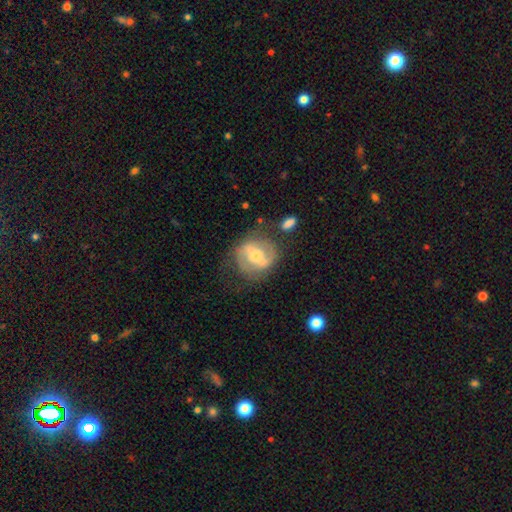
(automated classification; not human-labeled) Smooth or featured?
  - featured or disk: 70% *
  - smooth: 23%
  - star or artifact: 6%
Edge-on disk?
  - no: 96% *
  - yes: 4%
Bar?
  - strong: 43% *
  - weak: 39%
  - no: 19%
Spiral arms?
  - yes: 74% *
  - no: 26%
Bulge size?
  - moderate: 62% *
  - small: 31%
  - large: 4%
  - none: 1%
  - dominant: 1%
Merging?
  - none: 65% *
  - minor disturbance: 20%
  - major disturbance: 11%
  - merger: 4%